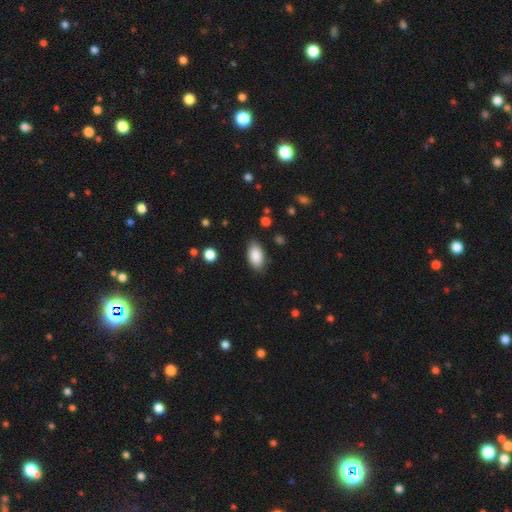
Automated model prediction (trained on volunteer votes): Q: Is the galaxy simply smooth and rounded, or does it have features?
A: smooth — 87%.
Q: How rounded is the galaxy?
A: in between — 93%.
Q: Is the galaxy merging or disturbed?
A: none — 84%.